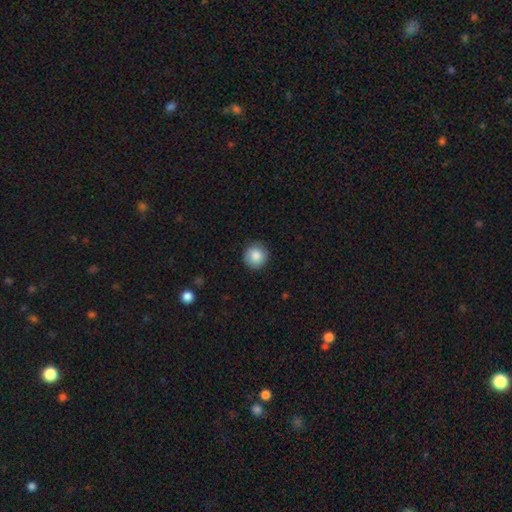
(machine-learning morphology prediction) The model was most divided on "smooth or featured": smooth: 86%, star or artifact: 8%, featured or disk: 6%. More confident: how rounded — round (94%); merging — none (89%).